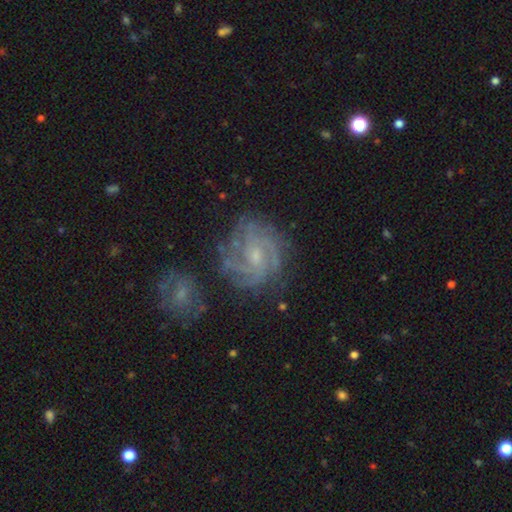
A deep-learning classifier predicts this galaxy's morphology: Q: Smooth or featured?
A: featured or disk (82%); runner-up: star or artifact (9%)
Q: Edge-on disk?
A: no (98%); runner-up: yes (2%)
Q: Bar?
A: no (53%); runner-up: weak (39%)
Q: Spiral arms?
A: yes (96%); runner-up: no (4%)
Q: Spiral winding?
A: tight (59%); runner-up: medium (34%)
Q: Spiral arm count?
A: can't tell (26%); tied with: 3 (26%)
Q: Bulge size?
A: small (66%); runner-up: moderate (27%)
Q: Merging?
A: none (74%); runner-up: minor disturbance (15%)